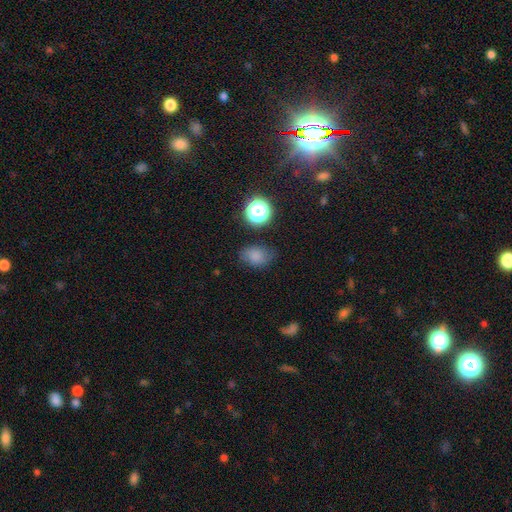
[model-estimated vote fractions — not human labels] Smooth or featured: smooth — 75% (star or artifact — 14%)
How rounded: in between — 67% (round — 32%)
Merging: none — 66% (minor disturbance — 24%)